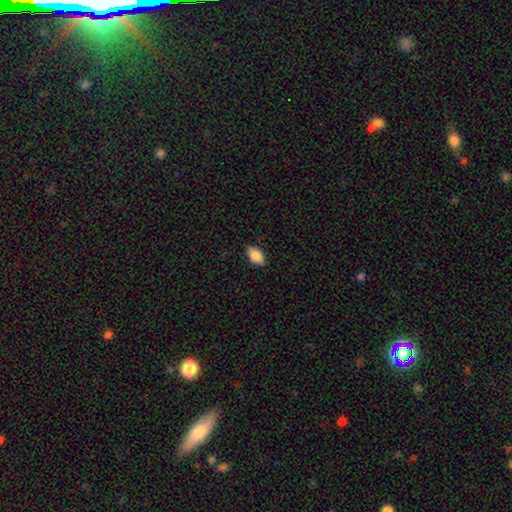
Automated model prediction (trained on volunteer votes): smooth 88%, star or artifact 7%, featured or disk 5%. Down the decision tree: how rounded — in between (92%); merging — none (85%).